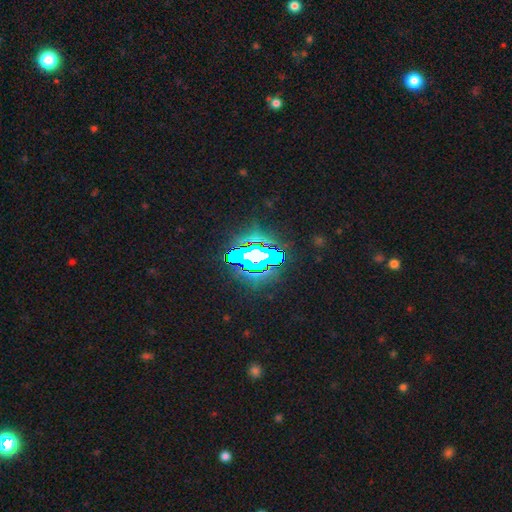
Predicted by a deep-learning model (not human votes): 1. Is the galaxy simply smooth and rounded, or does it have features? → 71% star or artifact, 16% featured or disk, 13% smooth.